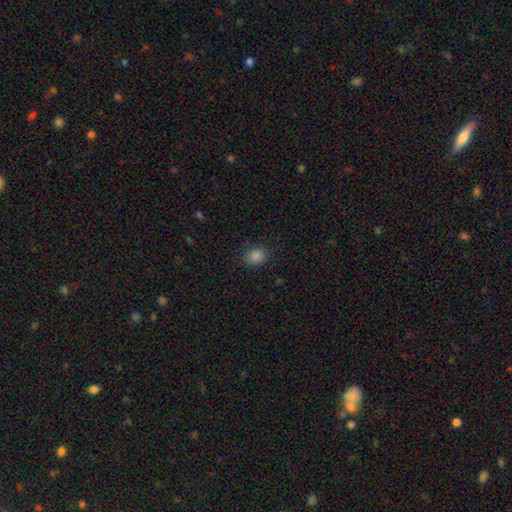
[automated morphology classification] This appears to be a smooth galaxy with no disk features (84%) that is round (61%). Merging: none (87%).